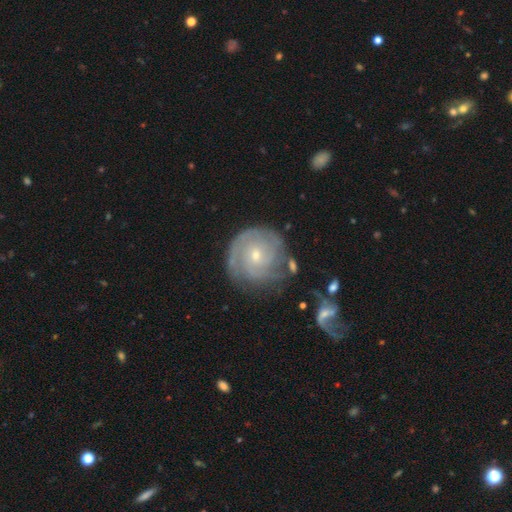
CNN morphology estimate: Smooth or featured: featured or disk — 82% (smooth — 12%)
Edge-on disk: no — 98% (yes — 2%)
Bar: no — 75% (weak — 21%)
Spiral arms: yes — 94% (no — 6%)
Spiral winding: tight — 74% (medium — 21%)
Spiral arm count: can't tell — 33% (3 — 24%)
Bulge size: small — 65% (moderate — 32%)
Merging: none — 69% (minor disturbance — 18%)